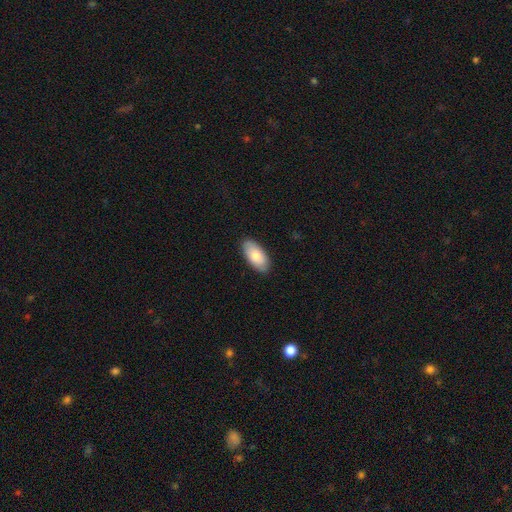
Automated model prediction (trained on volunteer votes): Smooth or featured?
  - smooth: 80% *
  - featured or disk: 14%
  - star or artifact: 6%
How rounded?
  - in between: 94% *
  - cigar-shaped: 4%
  - round: 2%
Merging?
  - none: 88% *
  - minor disturbance: 10%
  - major disturbance: 2%
  - merger: 1%